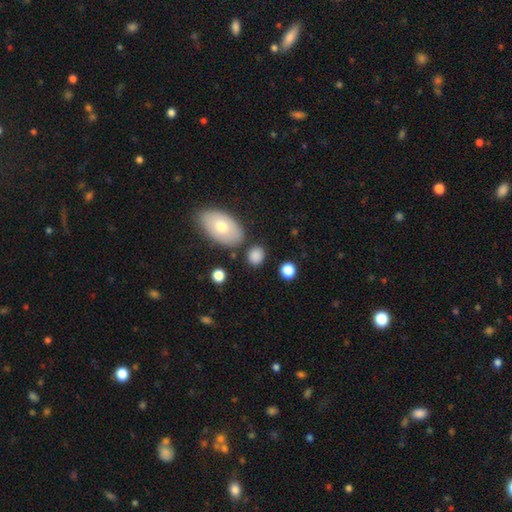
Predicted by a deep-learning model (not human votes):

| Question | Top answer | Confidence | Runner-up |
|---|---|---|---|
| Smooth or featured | smooth | 85% | star or artifact (9%) |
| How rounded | round | 50% | in between (48%) |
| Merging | none | 76% | minor disturbance (13%) |